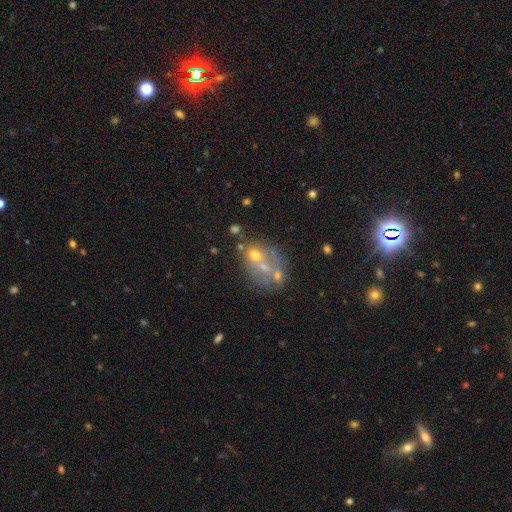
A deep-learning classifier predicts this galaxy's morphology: smooth_or_featured: featured or disk (p=0.44) [alt: smooth p=0.36]
merging: merger (p=0.37) [alt: none p=0.35]